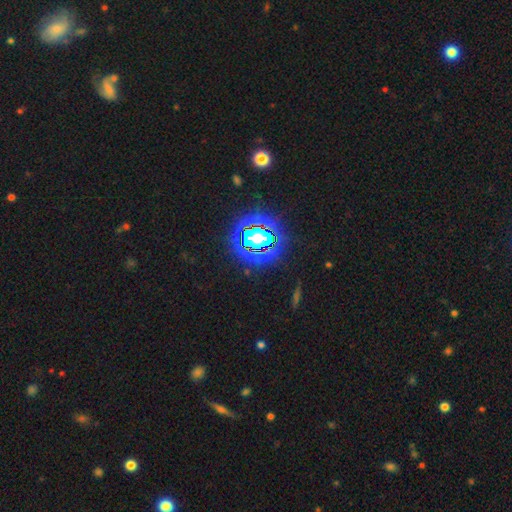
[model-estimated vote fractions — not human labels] smooth_or_featured: star or artifact (p=0.84) [alt: smooth p=0.09]